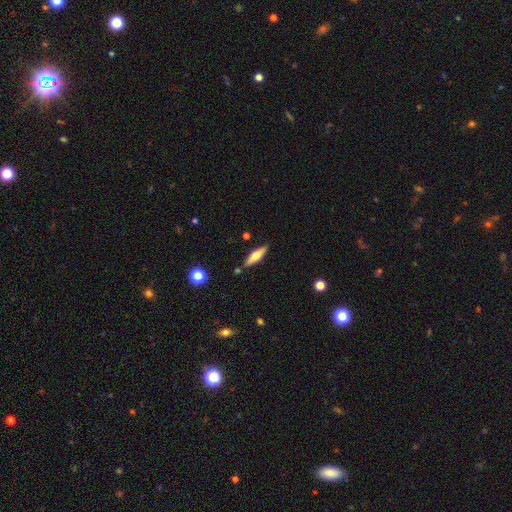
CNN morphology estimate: smooth_or_featured: smooth (p=0.47) [tied with: featured or disk p=0.47]
merging: none (p=0.83) [alt: minor disturbance p=0.11]